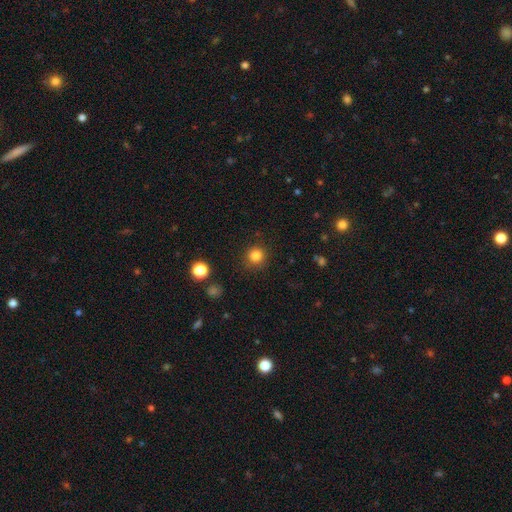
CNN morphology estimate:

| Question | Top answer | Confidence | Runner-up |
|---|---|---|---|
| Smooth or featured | smooth | 84% | star or artifact (12%) |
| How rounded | round | 93% | in between (6%) |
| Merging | none | 87% | minor disturbance (8%) |